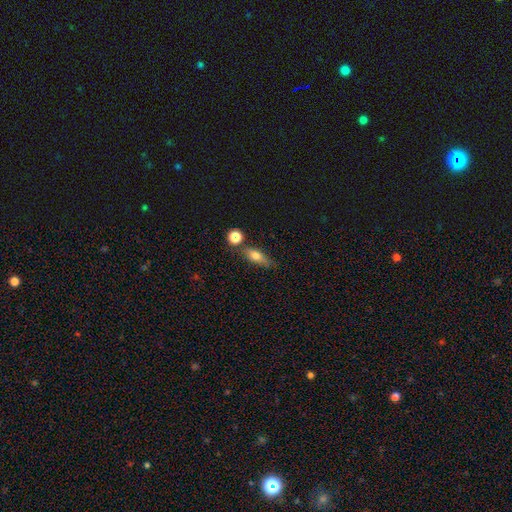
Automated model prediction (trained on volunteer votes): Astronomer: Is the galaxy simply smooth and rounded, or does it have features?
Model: smooth — 62%.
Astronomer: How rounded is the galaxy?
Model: in between — 57% (runner-up: cigar-shaped, 33%).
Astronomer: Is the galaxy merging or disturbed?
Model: none — 66%.